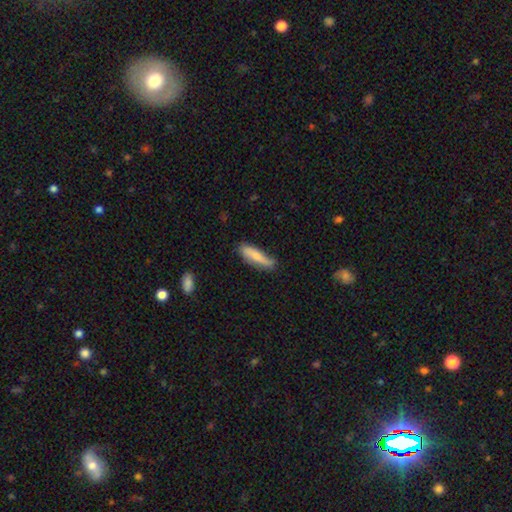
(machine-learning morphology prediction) Smooth or featured?
  - smooth: 69% *
  - featured or disk: 25%
  - star or artifact: 6%
How rounded?
  - cigar-shaped: 64% *
  - in between: 34%
  - round: 2%
Merging?
  - none: 58% *
  - minor disturbance: 31%
  - major disturbance: 8%
  - merger: 3%